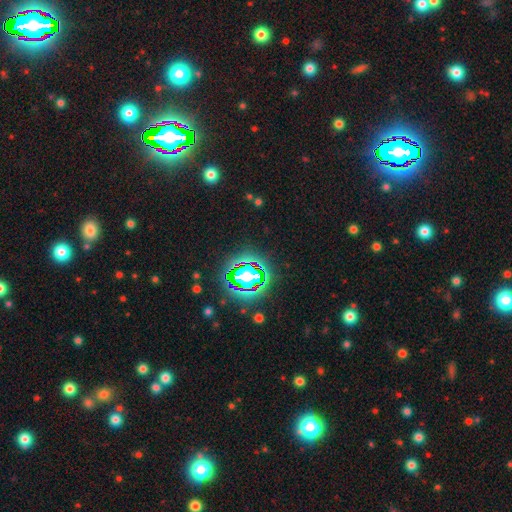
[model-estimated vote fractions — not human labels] Smooth or featured? star or artifact (82%)